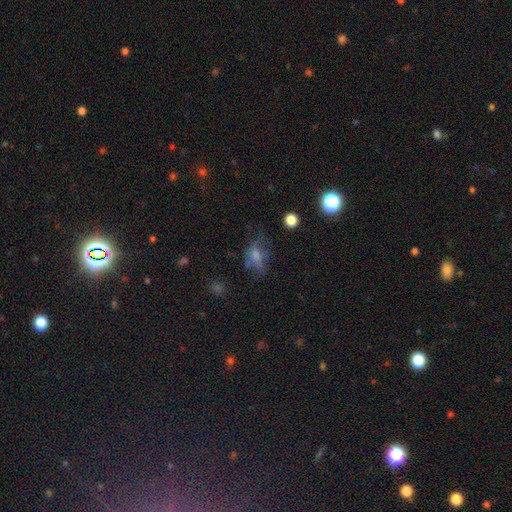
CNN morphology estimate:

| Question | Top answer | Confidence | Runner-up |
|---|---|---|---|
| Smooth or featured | smooth | 53% | featured or disk (30%) |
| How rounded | in between | 77% | round (18%) |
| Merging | none | 43% | major disturbance (29%) |